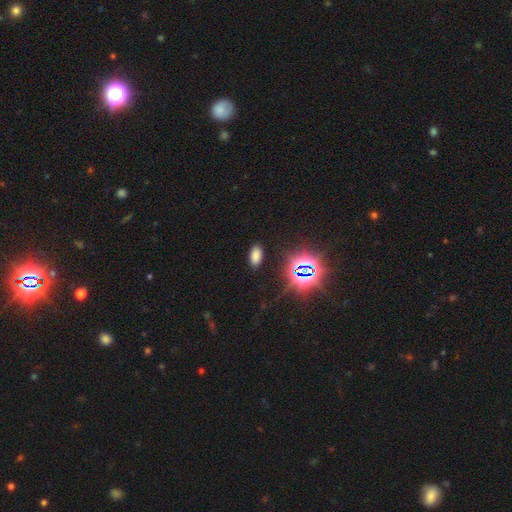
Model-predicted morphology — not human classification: A smooth galaxy with no disk features (66%) that is in between round and cigar-shaped (92%). Merging: none (88%).